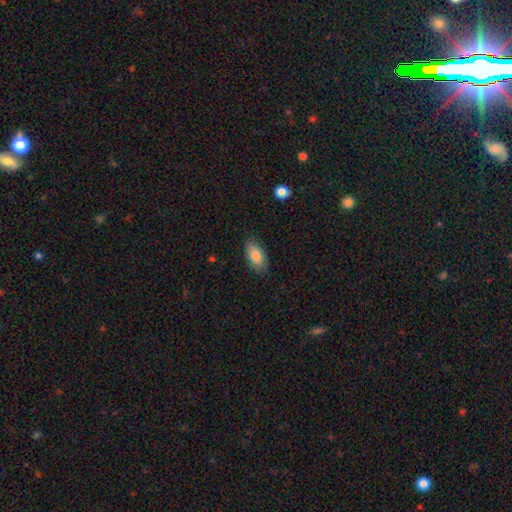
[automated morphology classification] Smooth or featured: smooth — 80% (featured or disk — 13%)
How rounded: in between — 92% (cigar-shaped — 5%)
Merging: none — 82% (minor disturbance — 14%)